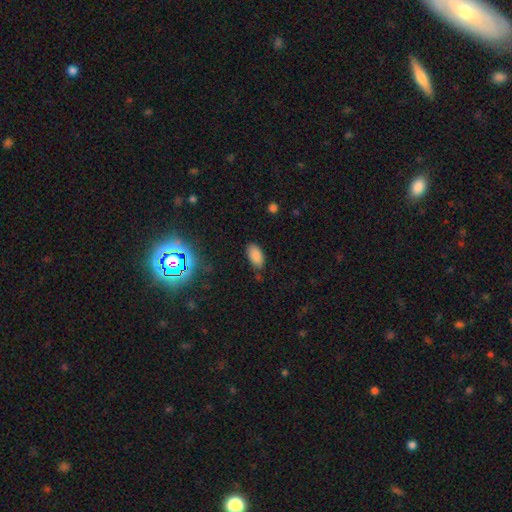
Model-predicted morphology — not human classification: smooth-or-featured: smooth: 83% | star or artifact: 12% | featured or disk: 5%
  how-rounded: in between: 94% | round: 3% | cigar-shaped: 3%
  merging: none: 73% | minor disturbance: 20% | major disturbance: 4% | merger: 2%